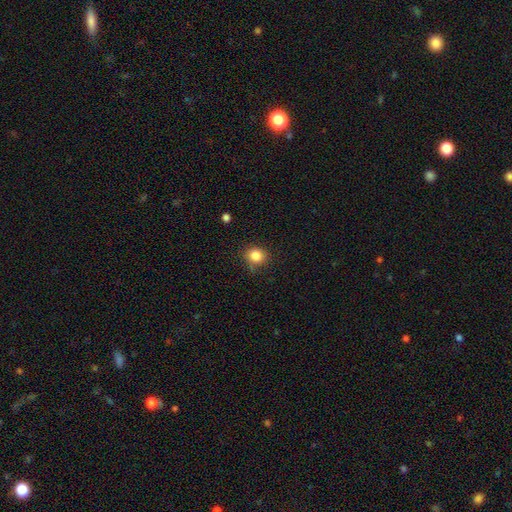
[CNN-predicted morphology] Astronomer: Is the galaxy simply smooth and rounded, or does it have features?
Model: smooth — 84%.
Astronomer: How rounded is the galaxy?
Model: round — 74%.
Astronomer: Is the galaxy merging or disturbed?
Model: none — 81%.